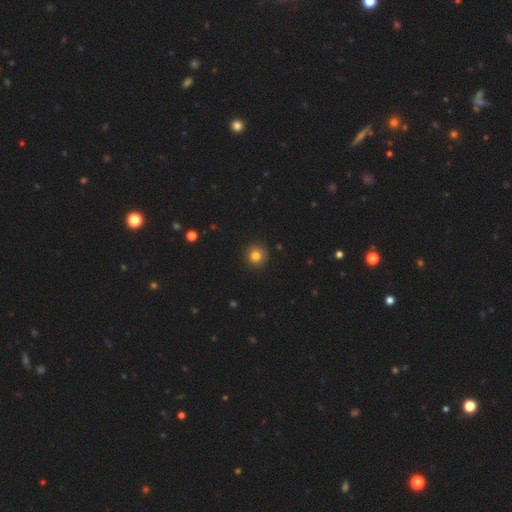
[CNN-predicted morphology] smooth_or_featured: smooth (p=0.81) [alt: star or artifact p=0.11]
how_rounded: round (p=0.93) [alt: in between p=0.06]
merging: none (p=0.90) [alt: minor disturbance p=0.07]